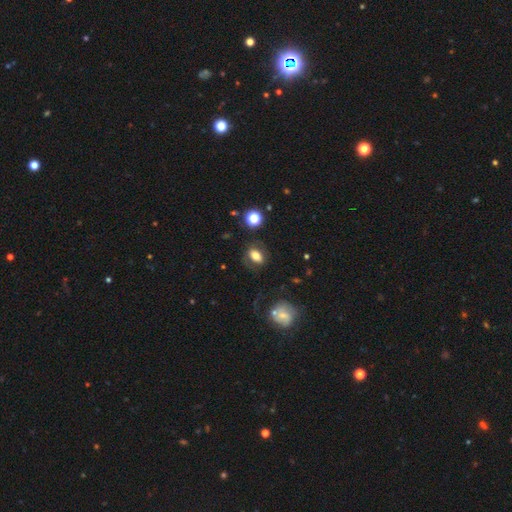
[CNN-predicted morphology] Smooth or featured? smooth (66%)
How rounded? in between (77%)
Merging? none (72%)